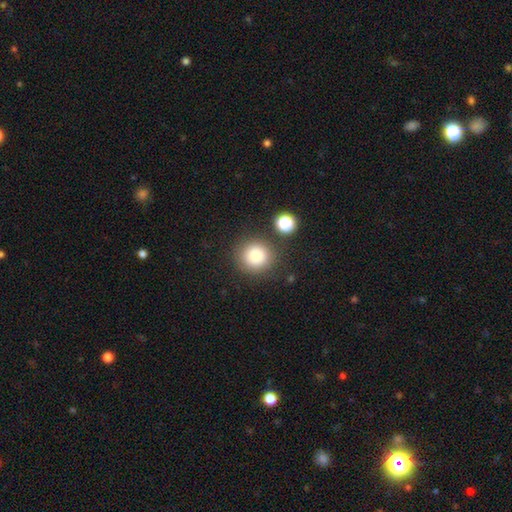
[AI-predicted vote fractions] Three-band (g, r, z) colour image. It shows a smooth galaxy with no disk features (79%) that is round (92%). Merging: none (81%).